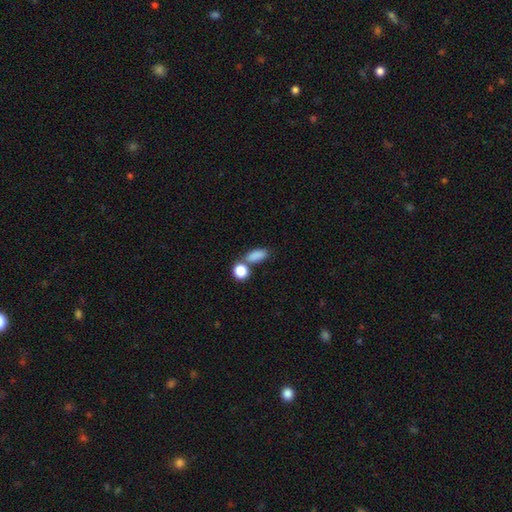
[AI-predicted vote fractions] Smooth or featured: smooth — 84% (star or artifact — 10%)
How rounded: in between — 77% (round — 15%)
Merging: none — 57% (merger — 25%)